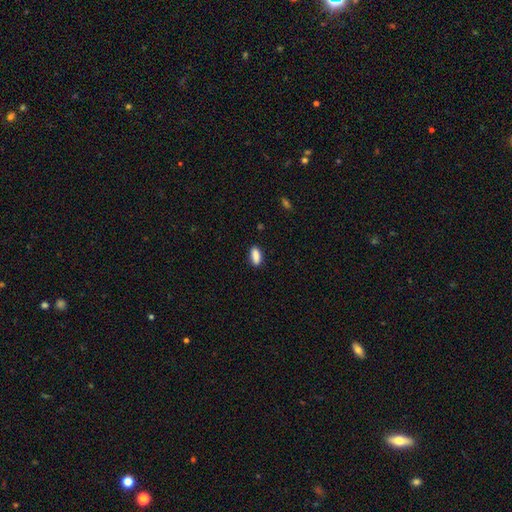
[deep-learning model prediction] Smooth or featured? Predicted: smooth (p=0.87). How rounded? Predicted: in between (p=0.75). Merging? Predicted: none (p=0.87).